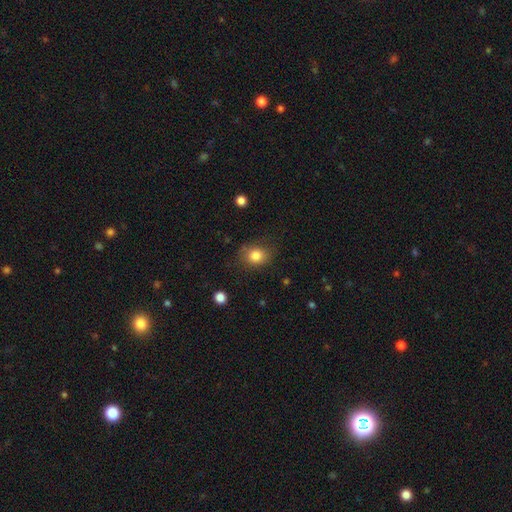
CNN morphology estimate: type=smooth (82%); roundness=round (59%); merging=none (75%).